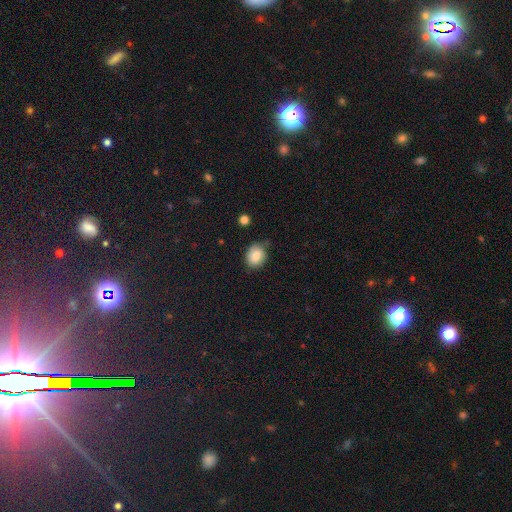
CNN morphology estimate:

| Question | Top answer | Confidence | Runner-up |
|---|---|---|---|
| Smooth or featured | smooth | 79% | featured or disk (13%) |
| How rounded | round | 60% | in between (39%) |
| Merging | none | 71% | minor disturbance (23%) |